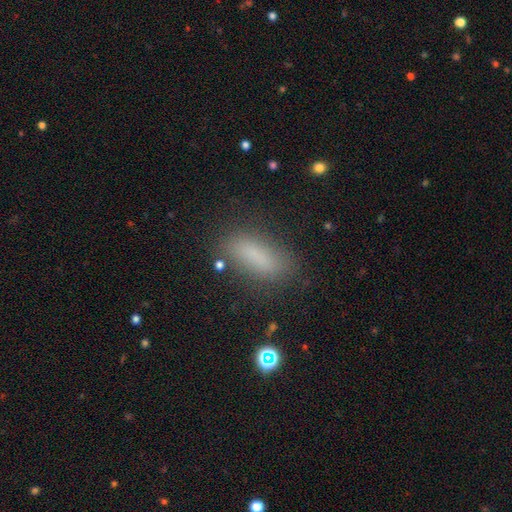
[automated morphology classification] A smooth galaxy with no disk features (79%) that is in between round and cigar-shaped (64%).

Vote fractions:
- Smooth or featured? smooth: 79% / star or artifact: 11% / featured or disk: 10%
- How rounded? in between: 64% / cigar-shaped: 32% / round: 3%
- Merging? none: 78% / minor disturbance: 14% / major disturbance: 5% / merger: 3%